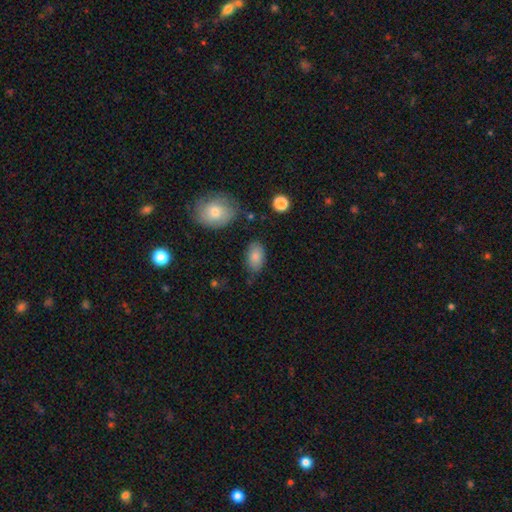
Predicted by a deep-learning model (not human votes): Smooth or featured: smooth — 82% (featured or disk — 10%)
How rounded: in between — 91% (round — 7%)
Merging: none — 76% (minor disturbance — 16%)